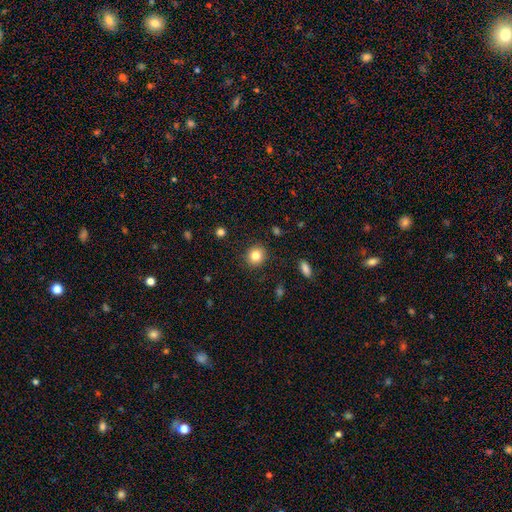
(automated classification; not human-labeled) The model was most divided on "how rounded": round: 82%, in between: 17%, cigar-shaped: 1%. More confident: merging — none (89%); smooth or featured — smooth (83%).